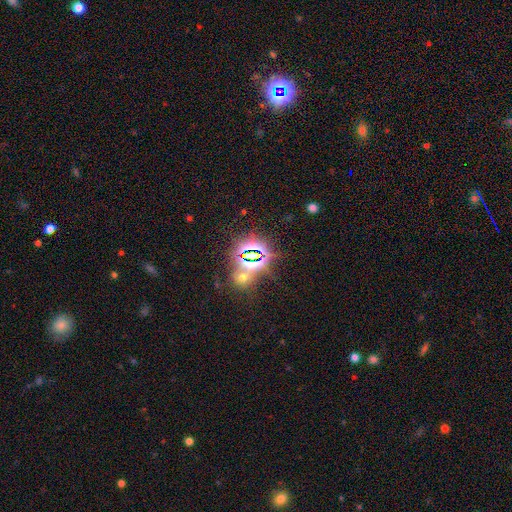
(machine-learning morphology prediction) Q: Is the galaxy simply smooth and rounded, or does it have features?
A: star or artifact — 79%.